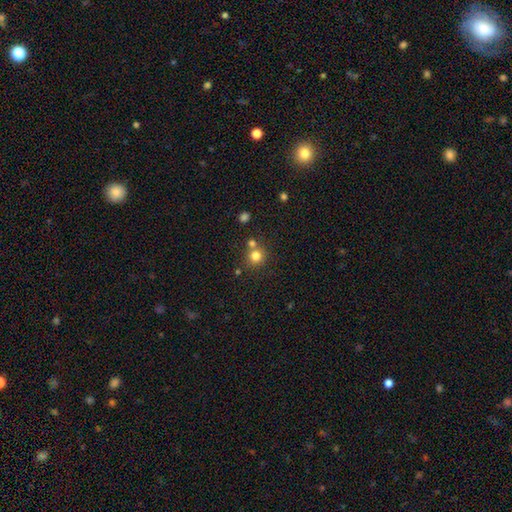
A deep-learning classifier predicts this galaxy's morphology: smooth_or_featured: smooth (p=0.79) [alt: star or artifact p=0.13]
how_rounded: round (p=0.91) [alt: in between p=0.08]
merging: none (p=0.64) [alt: merger p=0.25]